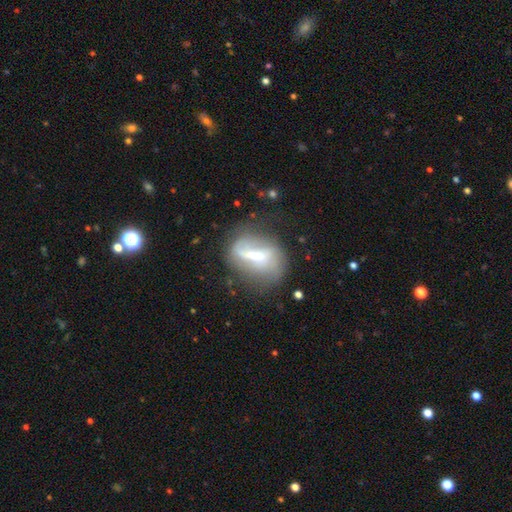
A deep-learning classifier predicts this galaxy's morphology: Overall: featured or disk (59%; smooth 31%). Edge-on disk: no (89%). Bar: strong (43%; weak 38%). Spiral arms: yes (53%; no 47%). Bulge size: moderate (49%; small 31%). Merging: none (50%; minor disturbance 24%).